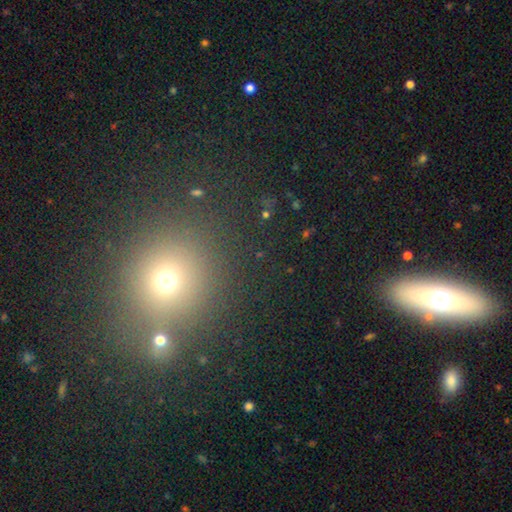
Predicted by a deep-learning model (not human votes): A smooth galaxy with no disk features (56%) that is round (71%).

Vote fractions:
- Smooth or featured? smooth: 56% / star or artifact: 31% / featured or disk: 13%
- How rounded? round: 71% / in between: 22% / cigar-shaped: 6%
- Merging? none: 82% / minor disturbance: 8% / merger: 6% / major disturbance: 3%